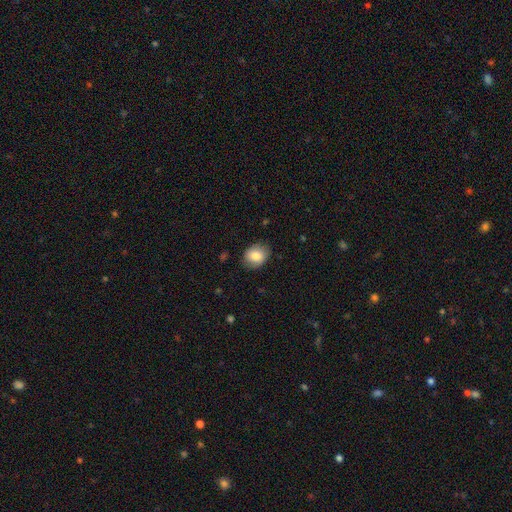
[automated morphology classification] The model was most divided on "how rounded": in between: 55%, round: 44%, cigar-shaped: 1%. More confident: smooth or featured — smooth (81%); merging — none (81%).